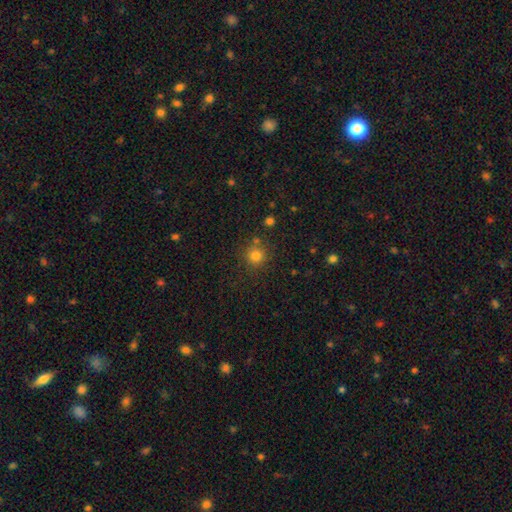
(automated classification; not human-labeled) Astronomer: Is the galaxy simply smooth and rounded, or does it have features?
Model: smooth — 80%.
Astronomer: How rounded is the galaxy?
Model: round — 93%.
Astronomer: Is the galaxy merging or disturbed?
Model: none — 79%.